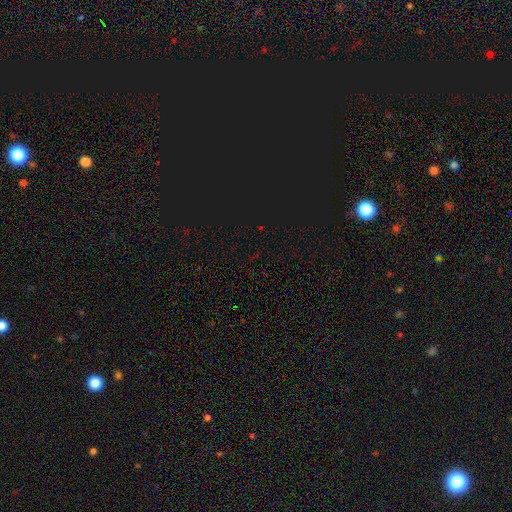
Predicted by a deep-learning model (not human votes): A star or artifact, not a galaxy (77%).

Vote fractions:
- Smooth or featured? star or artifact: 77% / smooth: 16% / featured or disk: 7%